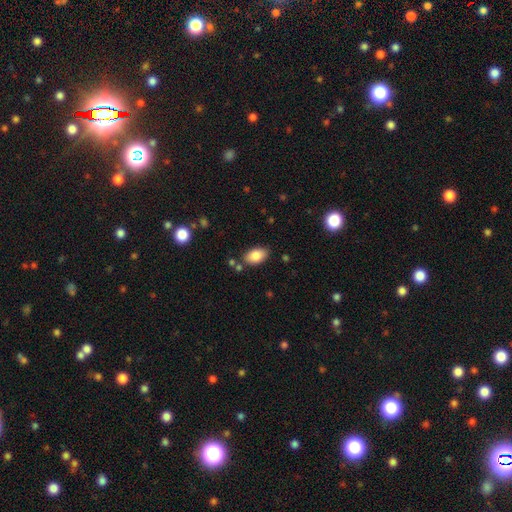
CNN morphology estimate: smooth_or_featured: smooth (p=0.84) [alt: featured or disk p=0.08]
how_rounded: in between (p=0.92) [alt: round p=0.06]
merging: none (p=0.79) [alt: minor disturbance p=0.13]